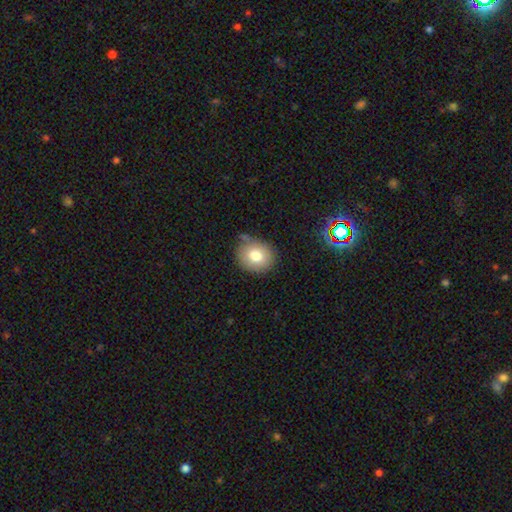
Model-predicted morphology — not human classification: Smooth or featured?
  - smooth: 77% *
  - featured or disk: 13%
  - star or artifact: 10%
How rounded?
  - round: 64% *
  - in between: 35%
  - cigar-shaped: 1%
Merging?
  - none: 76% *
  - minor disturbance: 17%
  - major disturbance: 4%
  - merger: 3%